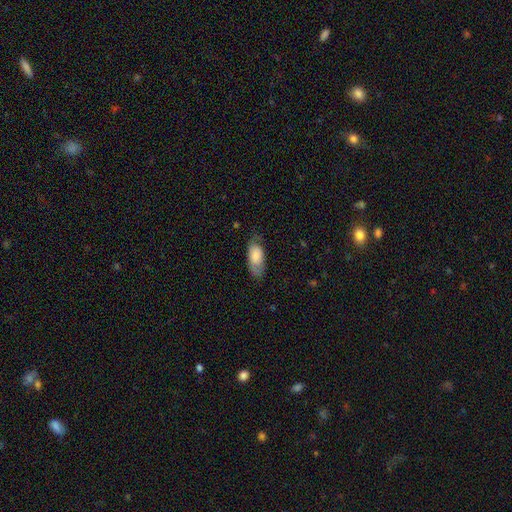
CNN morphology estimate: type=smooth (75%); roundness=in between (88%); merging=none (63%).